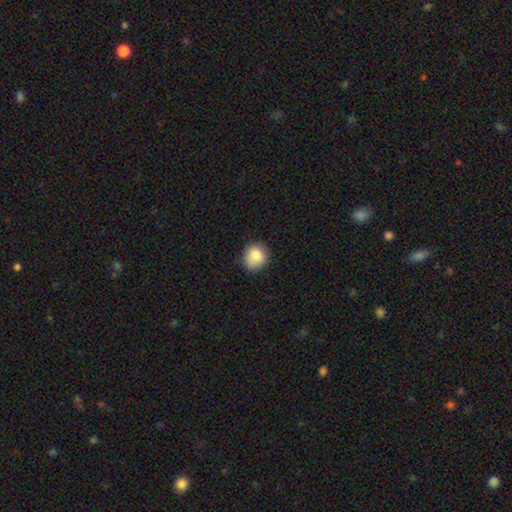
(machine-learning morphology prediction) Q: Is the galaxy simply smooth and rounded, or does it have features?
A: smooth — 84%.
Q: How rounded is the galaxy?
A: round — 77%.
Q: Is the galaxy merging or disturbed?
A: none — 80%.